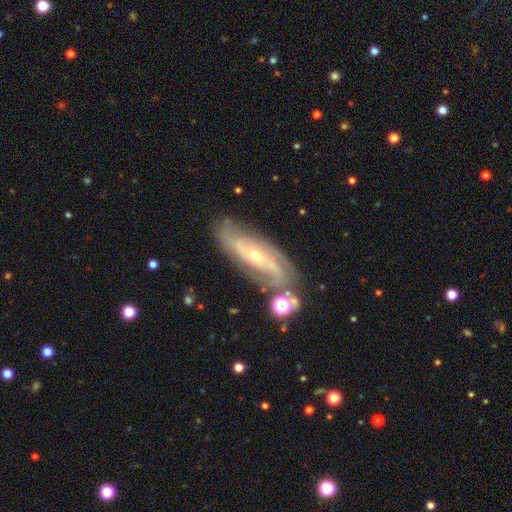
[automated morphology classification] A featured or disk galaxy (83%) with no bar (55%), 2 (57%) tight (43%) spiral arms (93%) and a small central bulge (61%).

Vote fractions:
- Smooth or featured? featured or disk: 83% / smooth: 10% / star or artifact: 7%
- Edge-on disk? no: 86% / yes: 14%
- Bar? no: 55% / weak: 30% / strong: 16%
- Spiral arms? yes: 93% / no: 7%
- Spiral winding? tight: 43% / medium: 39% / loose: 18%
- Spiral arm count? 2: 57% / can't tell: 22% / 3: 11% / 4: 4% / 1: 3% / more than 4: 3%
- Bulge size? small: 61% / moderate: 36% / large: 1% / none: 1% / dominant: 1%
- Merging? none: 72% / minor disturbance: 17% / merger: 6% / major disturbance: 6%